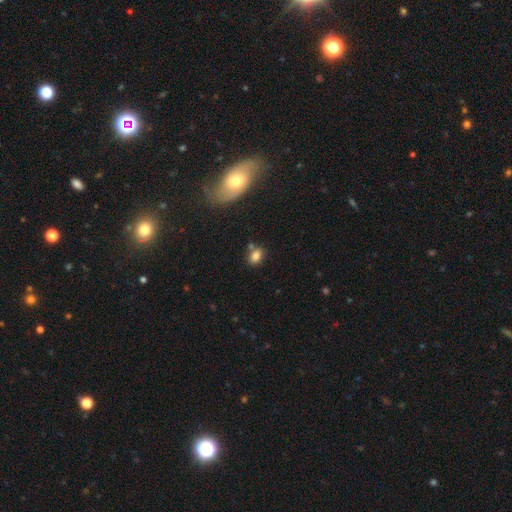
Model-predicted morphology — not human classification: Smooth or featured? Predicted: smooth (p=0.82). How rounded? Predicted: in between (p=0.72). Merging? Predicted: none (p=0.63).